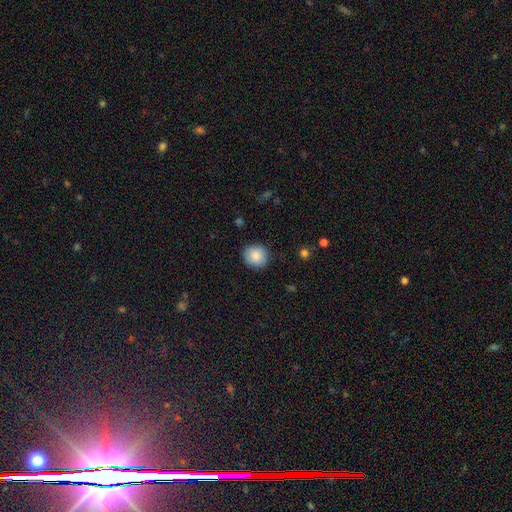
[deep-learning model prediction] Overall: smooth (86%). How rounded: round (87%). Merging: none (88%).